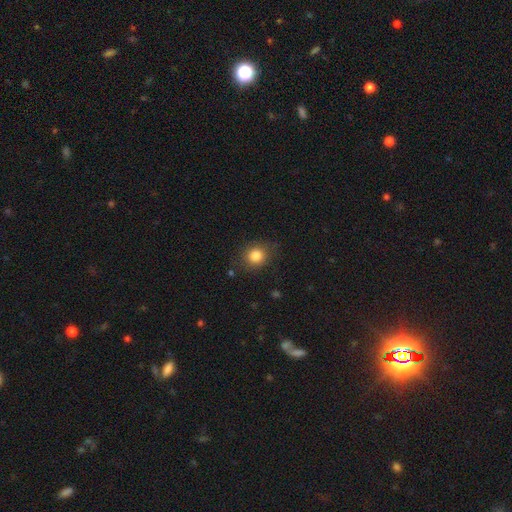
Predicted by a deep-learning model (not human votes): Smooth or featured: smooth — 83% (star or artifact — 10%)
How rounded: round — 75% (in between — 24%)
Merging: none — 82% (minor disturbance — 12%)